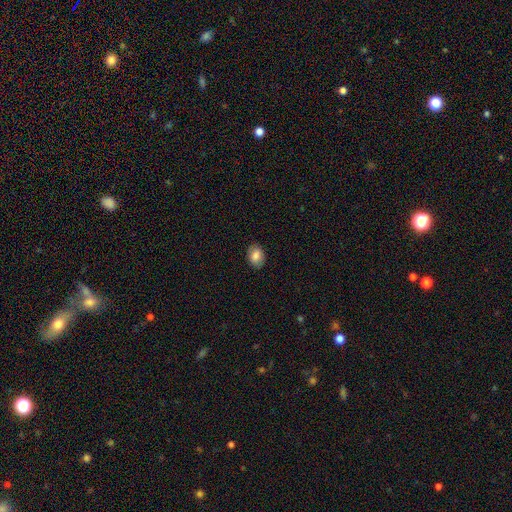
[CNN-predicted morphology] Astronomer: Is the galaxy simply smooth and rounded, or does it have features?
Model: smooth — 83%.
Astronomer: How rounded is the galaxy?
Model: in between — 80%.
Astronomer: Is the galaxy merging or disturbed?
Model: none — 87%.